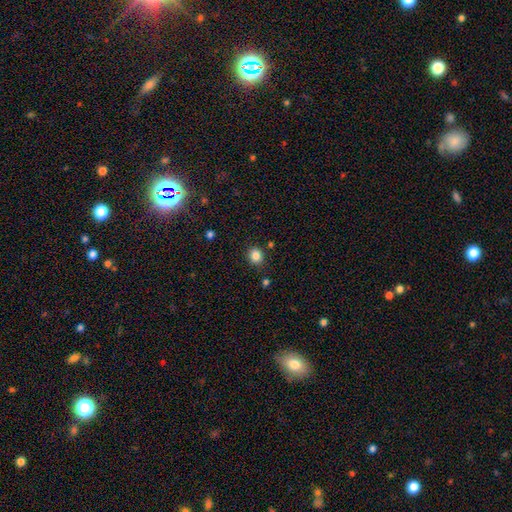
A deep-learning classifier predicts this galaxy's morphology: Smooth or featured?
  - smooth: 85% *
  - star or artifact: 11%
  - featured or disk: 4%
How rounded?
  - round: 70% *
  - in between: 29%
  - cigar-shaped: 1%
Merging?
  - none: 85% *
  - minor disturbance: 9%
  - merger: 3%
  - major disturbance: 3%